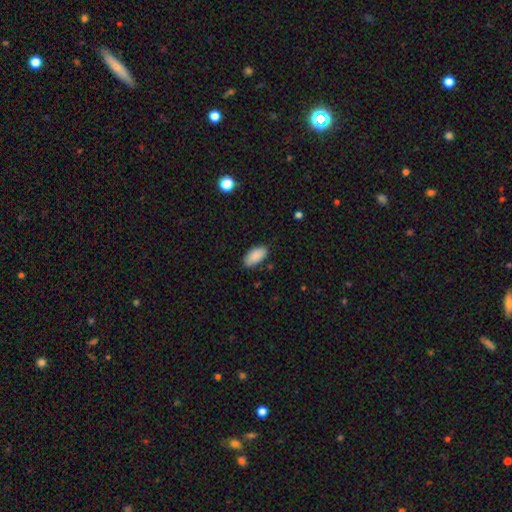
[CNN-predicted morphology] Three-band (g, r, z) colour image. It shows a smooth galaxy with no disk features (89%) that is in between round and cigar-shaped (94%). Merging: none (85%).